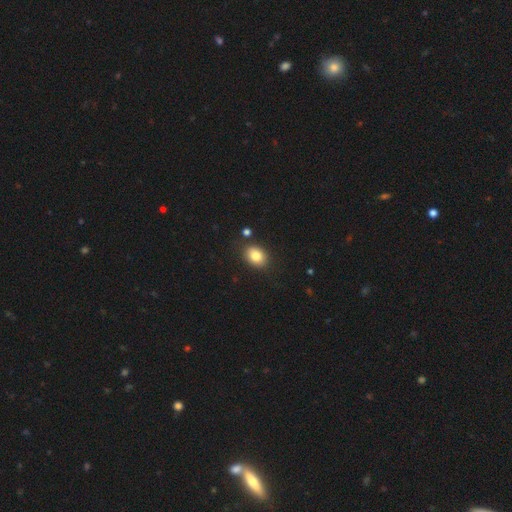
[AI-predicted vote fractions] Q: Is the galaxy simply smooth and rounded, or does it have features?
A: smooth — 82%.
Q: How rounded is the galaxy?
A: in between — 71%.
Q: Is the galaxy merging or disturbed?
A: none — 83%.